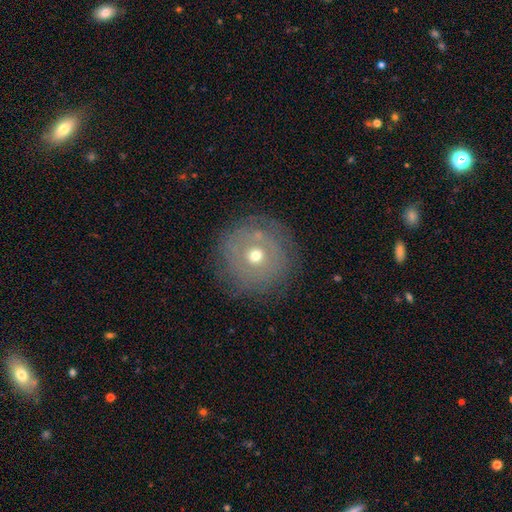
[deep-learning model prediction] featured or disk 46%, smooth 42%, star or artifact 12%. Down the decision tree: merging — none (78%).